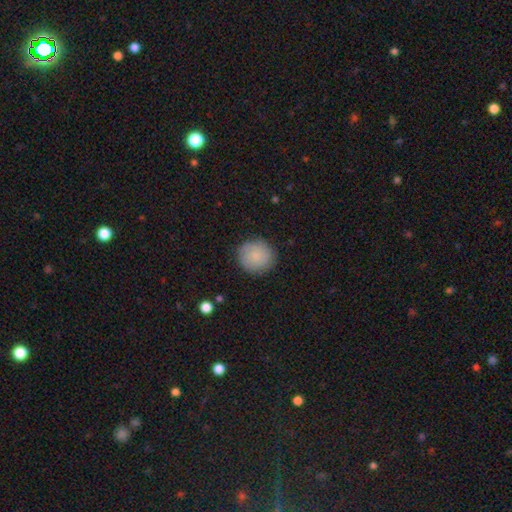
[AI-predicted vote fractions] A smooth galaxy with no disk features (83%) that is round (93%). Merging: none (87%).